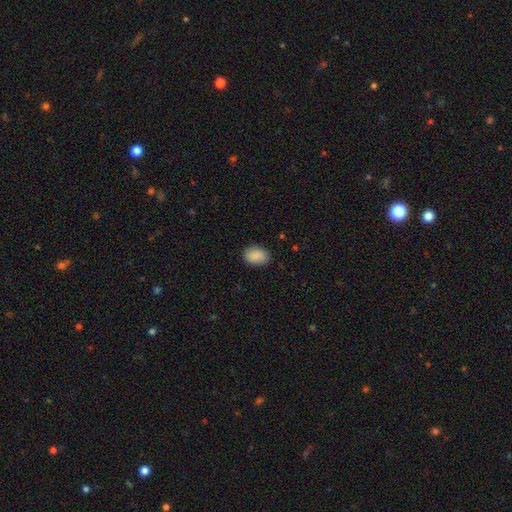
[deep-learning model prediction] A smooth galaxy with no disk features (89%) that is in between round and cigar-shaped (76%). Merging: none (82%).